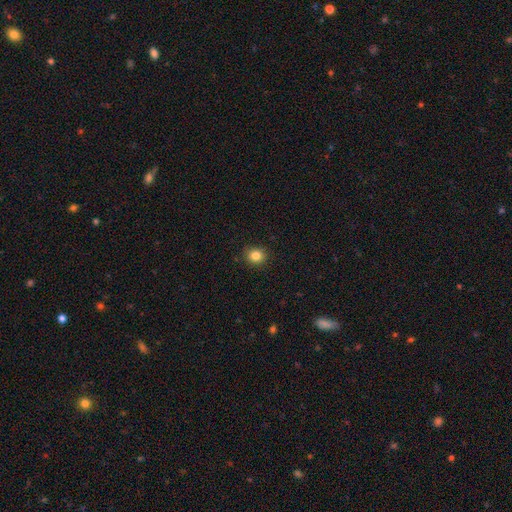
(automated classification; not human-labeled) smooth-or-featured: smooth: 84% | star or artifact: 11% | featured or disk: 5%
  how-rounded: round: 81% | in between: 18% | cigar-shaped: 1%
  merging: none: 90% | minor disturbance: 7% | major disturbance: 2% | merger: 1%